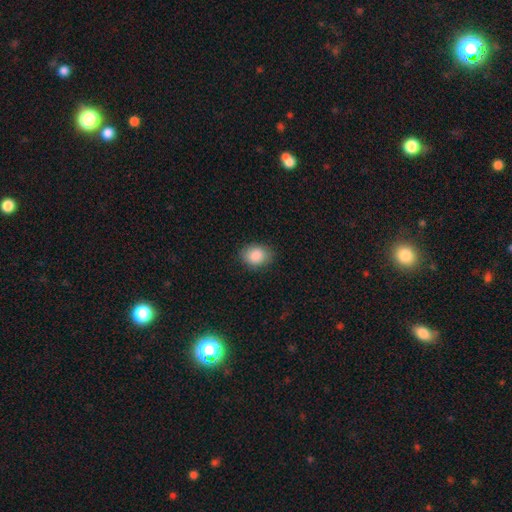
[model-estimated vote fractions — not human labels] A smooth galaxy with no disk features (88%) that is in between round and cigar-shaped (60%).

Vote fractions:
- Smooth or featured? smooth: 88% / star or artifact: 8% / featured or disk: 4%
- How rounded? in between: 60% / round: 39% / cigar-shaped: 1%
- Merging? none: 81% / minor disturbance: 14% / major disturbance: 3% / merger: 1%